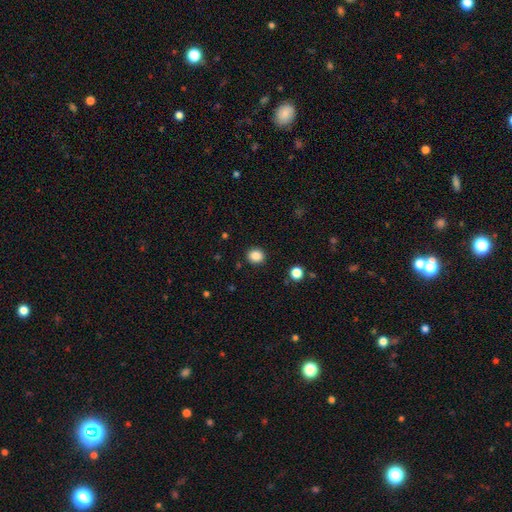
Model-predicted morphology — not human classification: Smooth or featured? smooth (86%)
How rounded? round (81%)
Merging? none (90%)